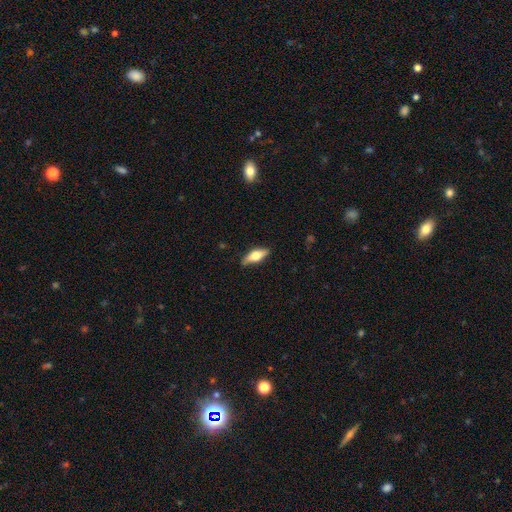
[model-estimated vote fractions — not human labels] Morphology: type=smooth (55%); roundness=in between (63%); merging=none (83%).